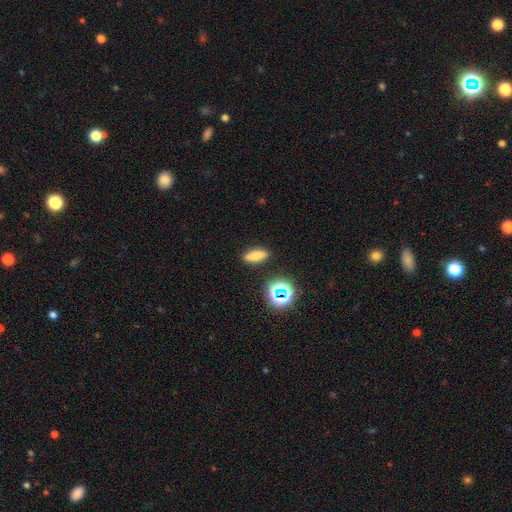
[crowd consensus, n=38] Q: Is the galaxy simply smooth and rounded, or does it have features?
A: smooth — 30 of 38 (79%).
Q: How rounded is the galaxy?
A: in between — 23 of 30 (77%).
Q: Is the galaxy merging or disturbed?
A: none — 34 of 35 (97%).